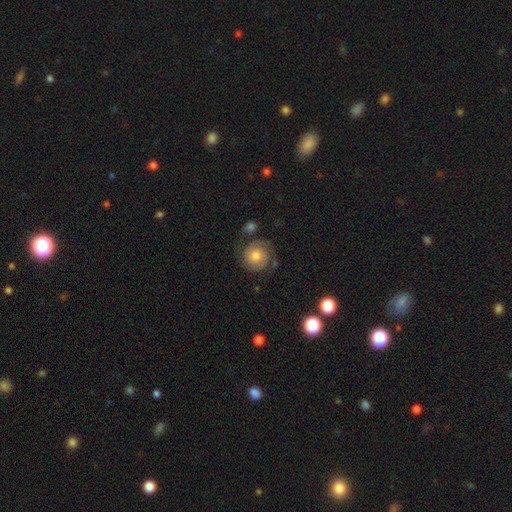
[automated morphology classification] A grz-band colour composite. It shows a featured or disk galaxy (53%) with no bar (81%), spiral arms (87%) and a moderate central bulge (68%). Merging: none (73%).